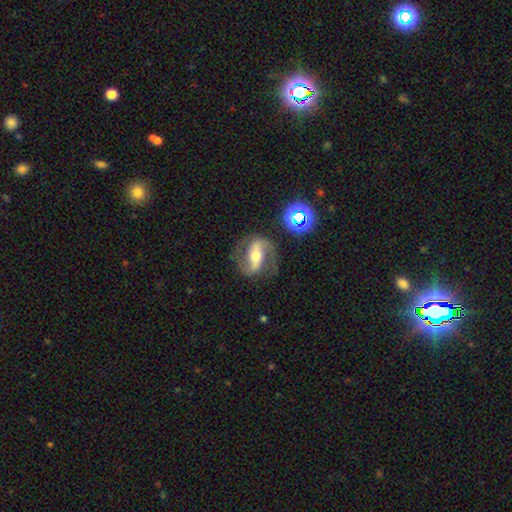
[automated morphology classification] The model was most divided on "spiral winding": medium: 49%, loose: 33%, tight: 18%. More confident: edge-on disk — no (94%); spiral arms — yes (93%); spiral arm count — 2 (90%); smooth or featured — featured or disk (82%); merging — none (75%); bulge size — moderate (63%); bar — strong (61%).